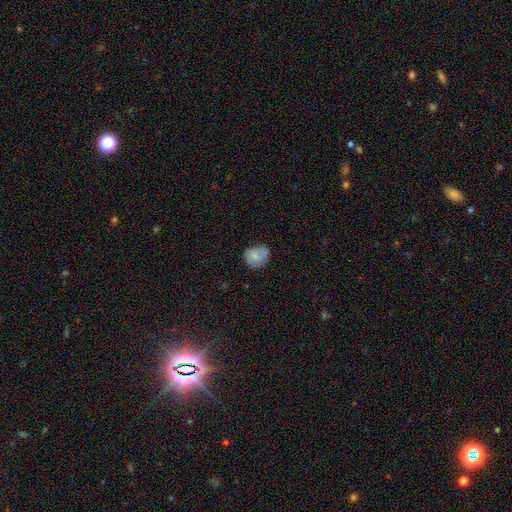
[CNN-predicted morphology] Smooth or featured?
  - smooth: 73% *
  - featured or disk: 19%
  - star or artifact: 8%
How rounded?
  - round: 72% *
  - in between: 27%
  - cigar-shaped: 1%
Merging?
  - none: 61% *
  - minor disturbance: 29%
  - major disturbance: 7%
  - merger: 2%